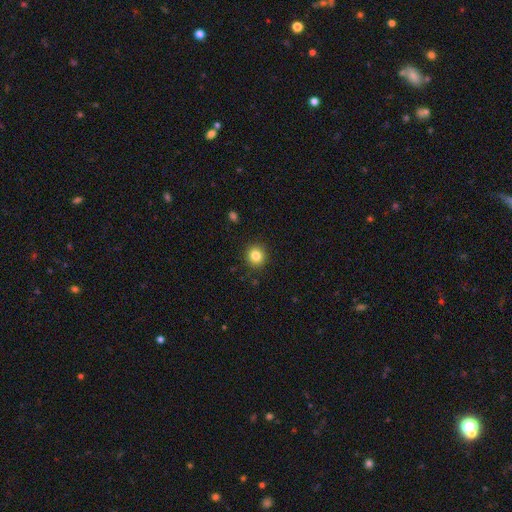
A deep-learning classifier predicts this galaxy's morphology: smooth 83%, star or artifact 11%, featured or disk 6%. Down the decision tree: how rounded — round (89%); merging — none (90%).